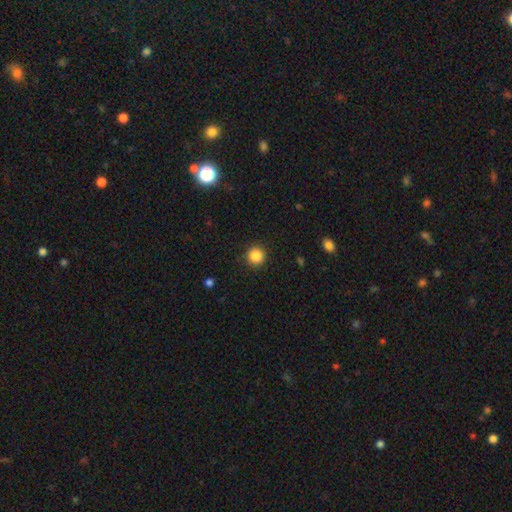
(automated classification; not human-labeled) Smooth or featured?
  - smooth: 87% *
  - star or artifact: 10%
  - featured or disk: 3%
How rounded?
  - round: 94% *
  - in between: 5%
  - cigar-shaped: 1%
Merging?
  - none: 90% *
  - minor disturbance: 6%
  - major disturbance: 2%
  - merger: 1%